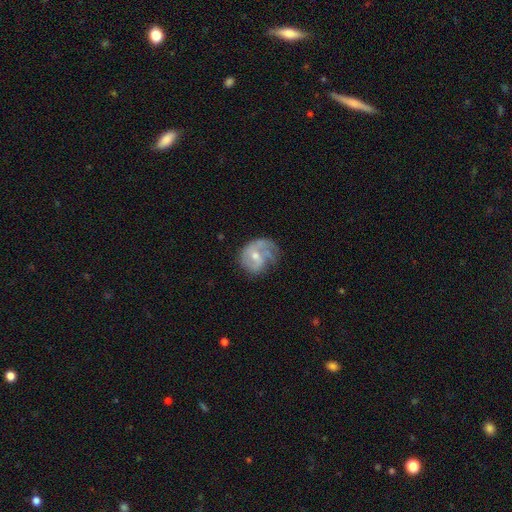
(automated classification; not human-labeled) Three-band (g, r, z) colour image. It shows a featured or disk galaxy (68%) with no bar (56%), 1 (35%) medium (40%) spiral arms (81%) and a moderate central bulge (54%). Merging: none (40%).